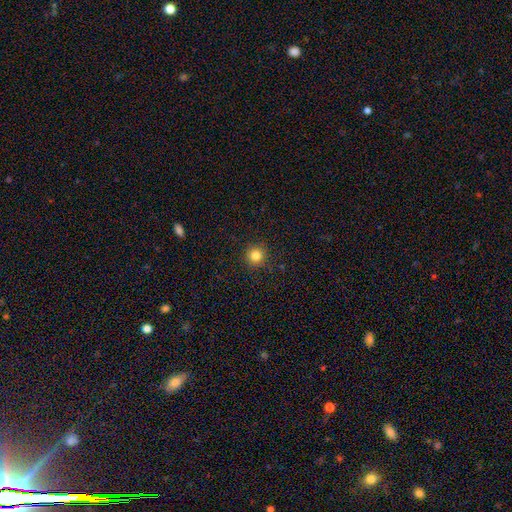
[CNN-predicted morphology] The model was most divided on "smooth or featured": smooth: 83%, star or artifact: 12%, featured or disk: 5%. More confident: how rounded — round (95%); merging — none (92%).